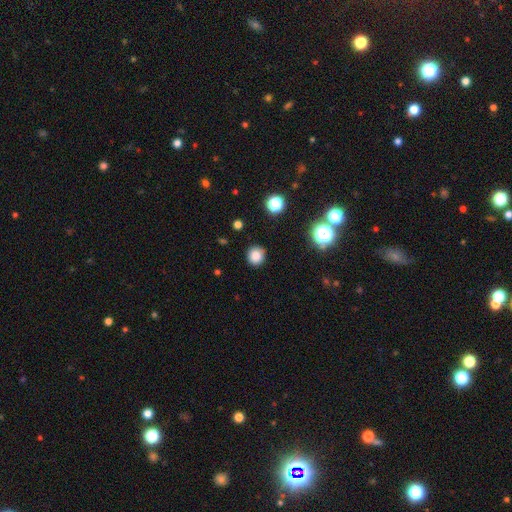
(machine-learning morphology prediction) Overall: smooth (82%). How rounded: round (90%). Merging: none (87%).